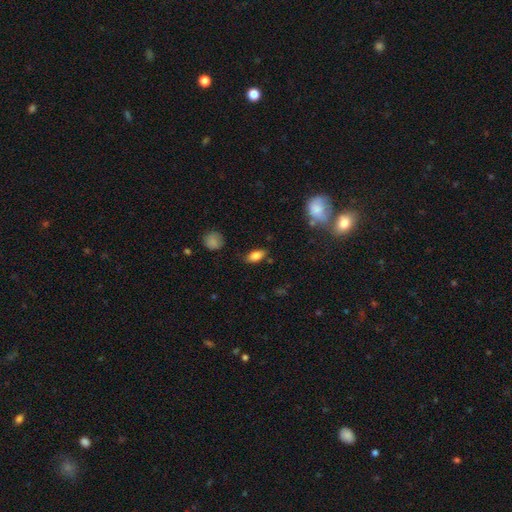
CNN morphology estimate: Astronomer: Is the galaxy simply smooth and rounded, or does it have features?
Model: smooth — 84%.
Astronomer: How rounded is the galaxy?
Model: in between — 90%.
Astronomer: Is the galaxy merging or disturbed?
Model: none — 80%.